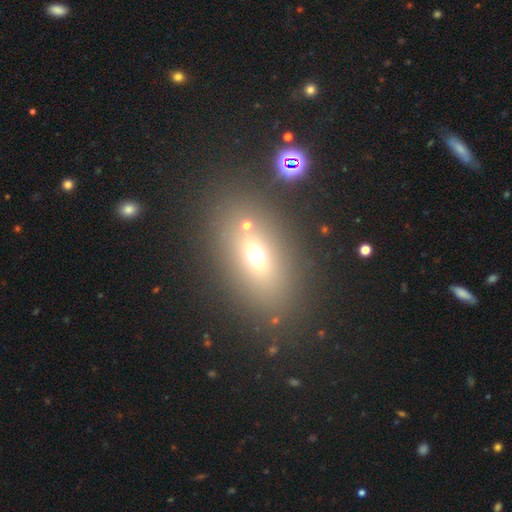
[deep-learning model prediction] Smooth or featured? Predicted: smooth (p=0.62). How rounded? Predicted: in between (p=0.73). Merging? Predicted: none (p=0.75).